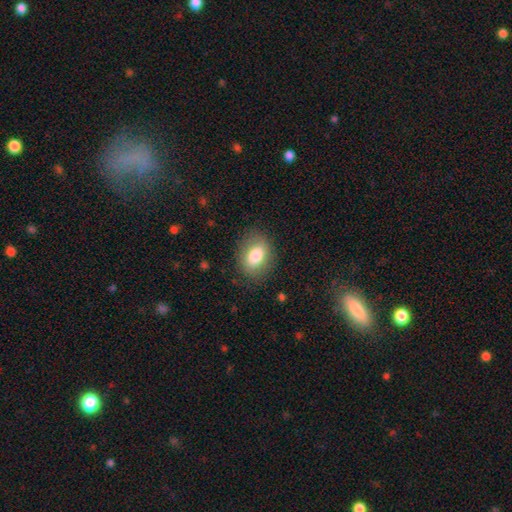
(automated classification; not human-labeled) Overall: smooth (80%). How rounded: in between (75%). Merging: none (81%).